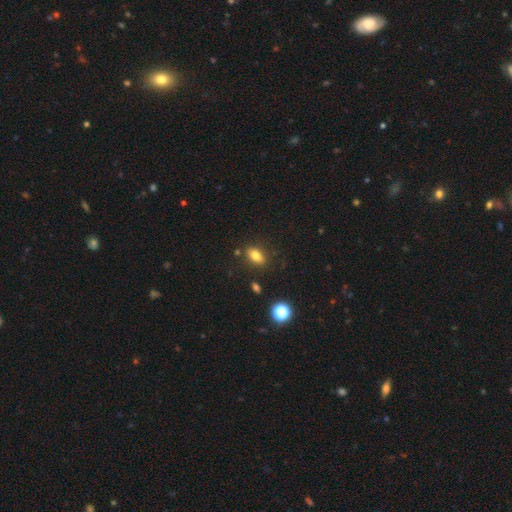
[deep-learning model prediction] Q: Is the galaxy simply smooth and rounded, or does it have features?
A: smooth — 80%.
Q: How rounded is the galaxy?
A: in between — 82%.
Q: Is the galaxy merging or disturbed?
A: none — 82%.